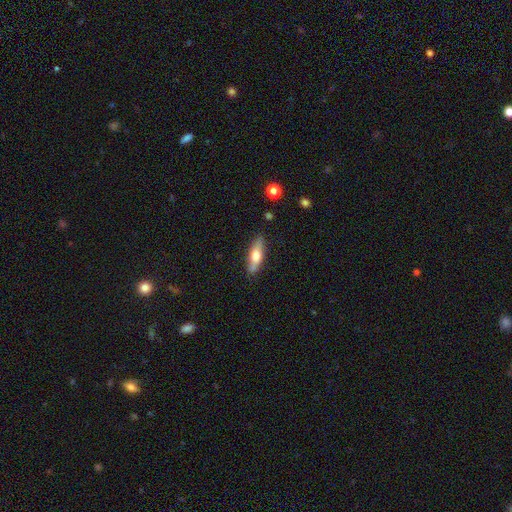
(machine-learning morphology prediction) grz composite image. It shows a smooth galaxy with no disk features (57%) that is cigar-shaped (51%). Merging: none (79%).